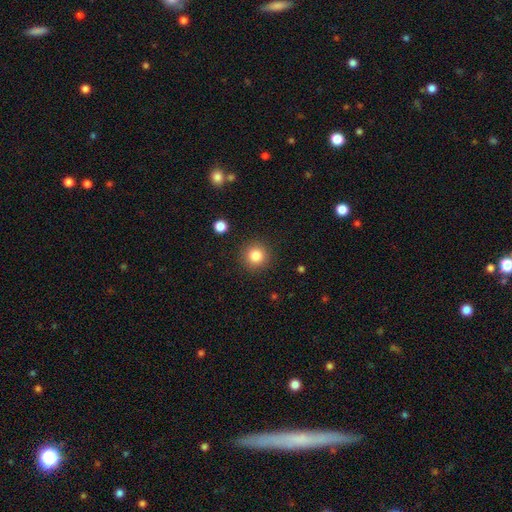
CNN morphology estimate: Smooth or featured? Predicted: smooth (p=0.84). How rounded? Predicted: round (p=0.95). Merging? Predicted: none (p=0.90).